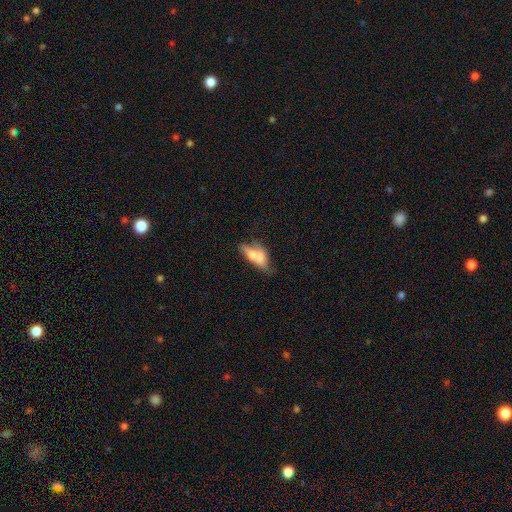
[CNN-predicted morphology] This appears to be a smooth galaxy with no disk features (54%) that is in between round and cigar-shaped (68%). Merging: merger (42%).